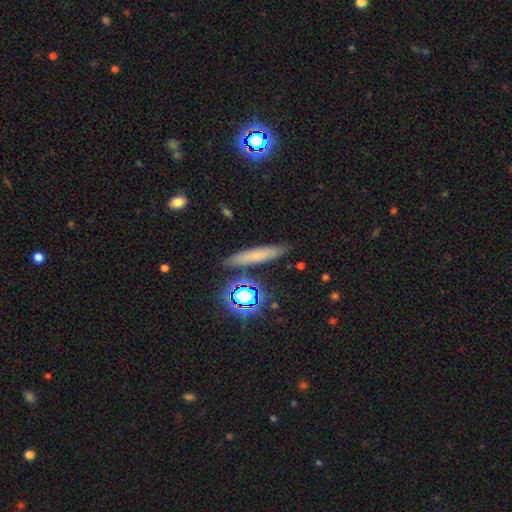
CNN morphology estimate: Smooth or featured? smooth (62%)
How rounded? cigar-shaped (85%)
Merging? none (86%)